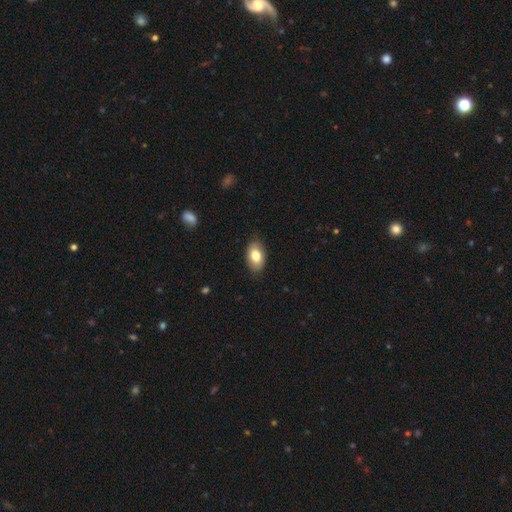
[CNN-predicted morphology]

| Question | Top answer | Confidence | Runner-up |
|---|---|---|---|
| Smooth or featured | smooth | 80% | featured or disk (13%) |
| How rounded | in between | 92% | round (6%) |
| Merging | none | 84% | minor disturbance (13%) |